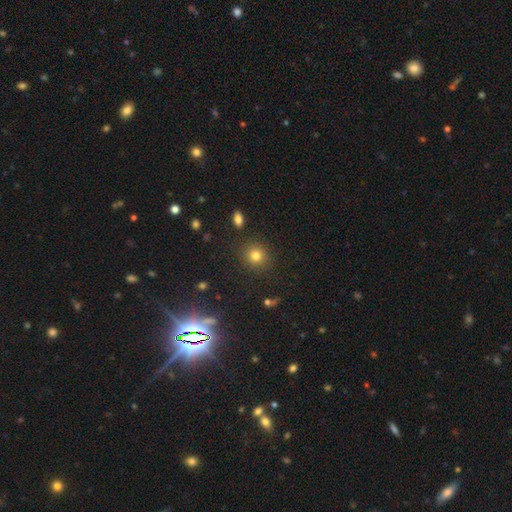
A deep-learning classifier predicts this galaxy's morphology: Q: Smooth or featured?
A: smooth (79%); runner-up: star or artifact (14%)
Q: How rounded?
A: round (88%); runner-up: in between (11%)
Q: Merging?
A: none (88%); runner-up: minor disturbance (7%)